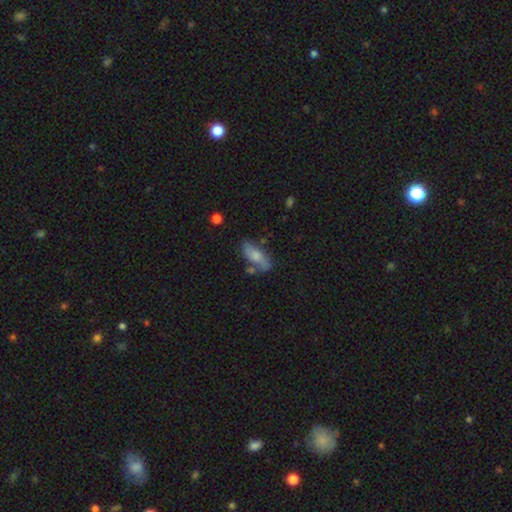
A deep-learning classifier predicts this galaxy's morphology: Smooth or featured?
  - smooth: 64% *
  - featured or disk: 29%
  - star or artifact: 7%
How rounded?
  - in between: 72% *
  - cigar-shaped: 25%
  - round: 3%
Merging?
  - none: 61% *
  - minor disturbance: 22%
  - merger: 11%
  - major disturbance: 7%